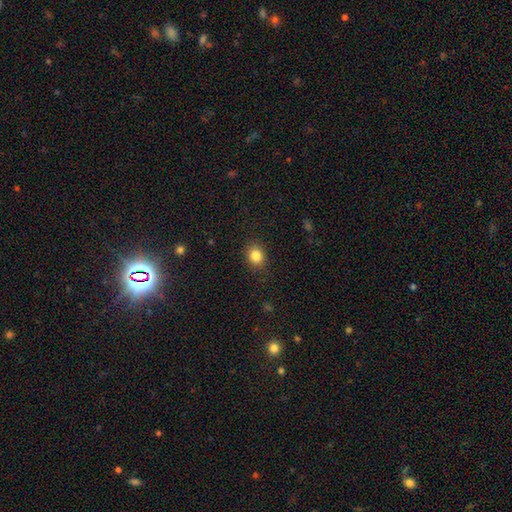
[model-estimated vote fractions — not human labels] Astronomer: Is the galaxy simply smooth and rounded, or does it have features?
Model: smooth — 85%.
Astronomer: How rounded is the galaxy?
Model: round — 64%.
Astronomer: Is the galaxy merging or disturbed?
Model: none — 88%.